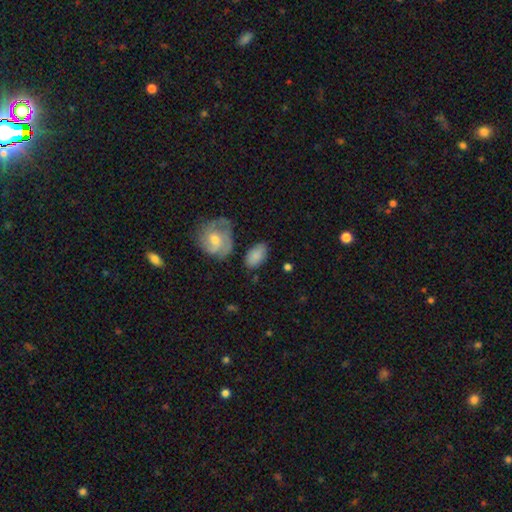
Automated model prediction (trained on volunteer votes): A smooth galaxy with no disk features (79%) that is in between round and cigar-shaped (91%).

Vote fractions:
- Smooth or featured? smooth: 79% / featured or disk: 14% / star or artifact: 7%
- How rounded? in between: 91% / round: 7% / cigar-shaped: 2%
- Merging? none: 68% / minor disturbance: 20% / major disturbance: 6% / merger: 6%